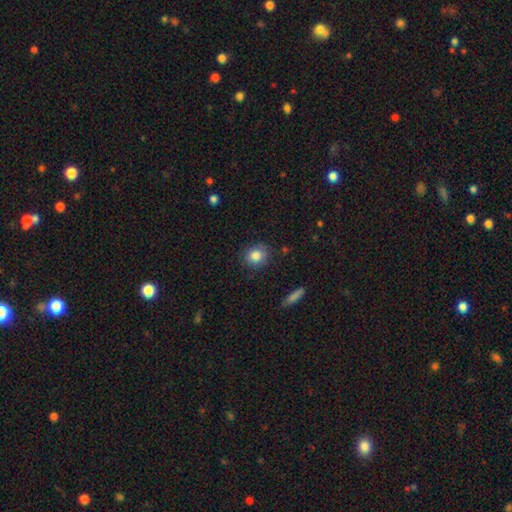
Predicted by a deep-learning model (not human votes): Smooth or featured?
  - smooth: 83% *
  - star or artifact: 9%
  - featured or disk: 8%
How rounded?
  - round: 77% *
  - in between: 21%
  - cigar-shaped: 1%
Merging?
  - none: 85% *
  - minor disturbance: 11%
  - major disturbance: 3%
  - merger: 1%